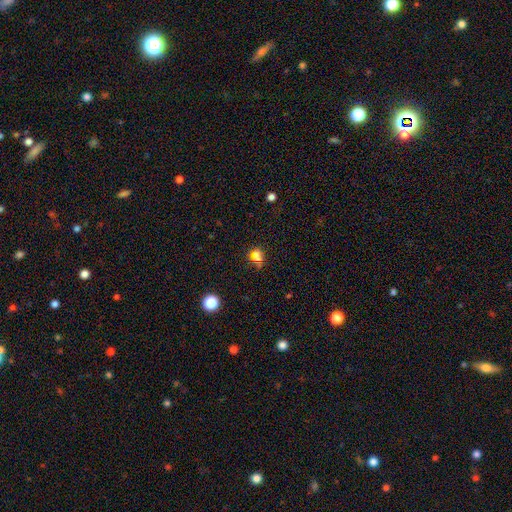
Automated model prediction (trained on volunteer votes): A smooth galaxy with no disk features (57%) that is round (83%). Merging: none (72%).